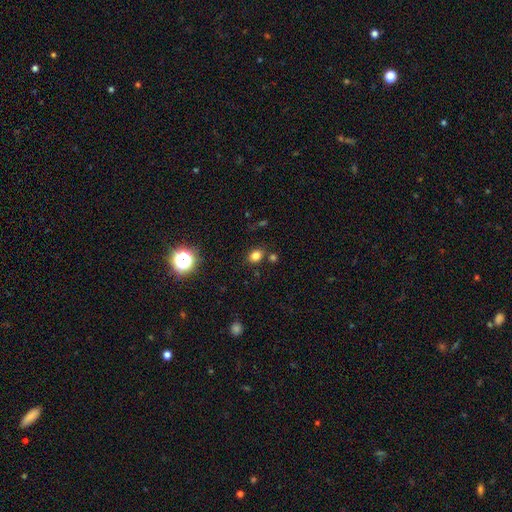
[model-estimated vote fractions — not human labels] smooth_or_featured: smooth (p=0.79) [alt: star or artifact p=0.15]
how_rounded: round (p=0.50) [alt: in between p=0.49]
merging: none (p=0.78) [alt: minor disturbance p=0.11]